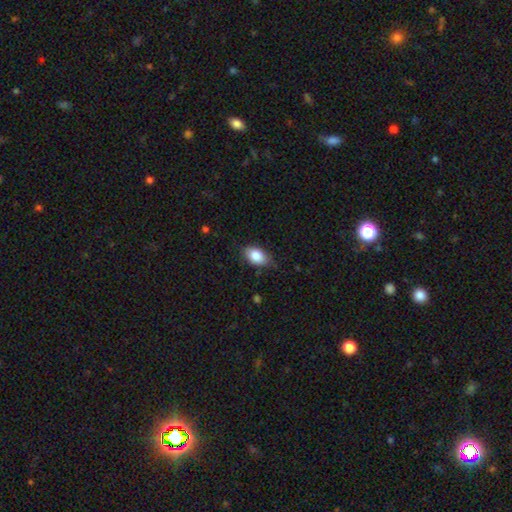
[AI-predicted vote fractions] Smooth or featured?
  - smooth: 84% *
  - featured or disk: 8%
  - star or artifact: 8%
How rounded?
  - in between: 88% *
  - round: 10%
  - cigar-shaped: 2%
Merging?
  - none: 78% *
  - minor disturbance: 18%
  - major disturbance: 3%
  - merger: 1%